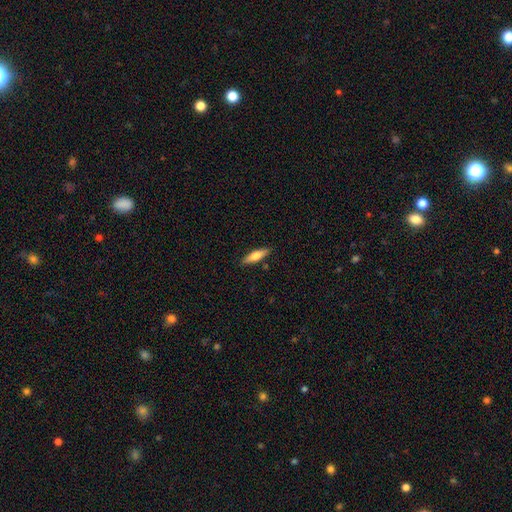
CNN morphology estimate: Overall: smooth (64%; featured or disk 30%). How rounded: cigar-shaped (64%; in between 35%). Merging: none (87%).